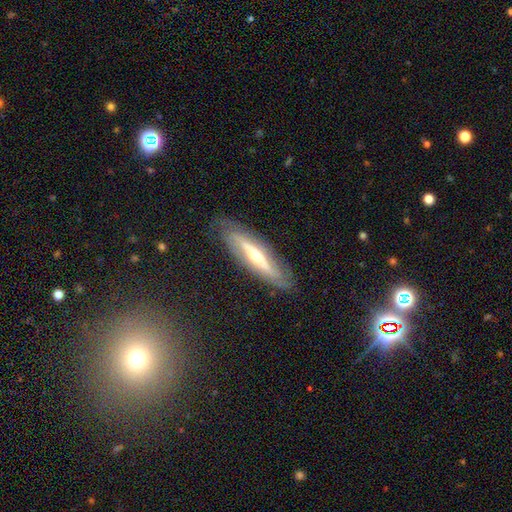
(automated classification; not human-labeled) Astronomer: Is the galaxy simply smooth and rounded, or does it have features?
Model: featured or disk — 76%.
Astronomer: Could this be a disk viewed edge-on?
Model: no — 53% (runner-up: yes, 47%).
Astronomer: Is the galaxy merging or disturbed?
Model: none — 80%.